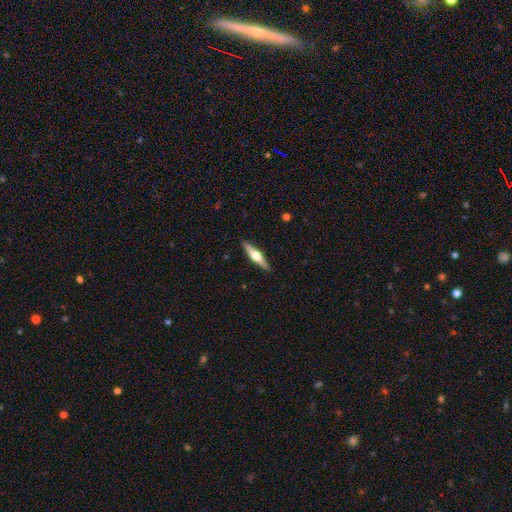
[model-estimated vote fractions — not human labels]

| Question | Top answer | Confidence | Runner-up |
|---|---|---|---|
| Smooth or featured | featured or disk | 71% | smooth (24%) |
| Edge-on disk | yes | 98% | no (2%) |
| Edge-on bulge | rounded | 94% | boxy (4%) |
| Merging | none | 91% | minor disturbance (7%) |